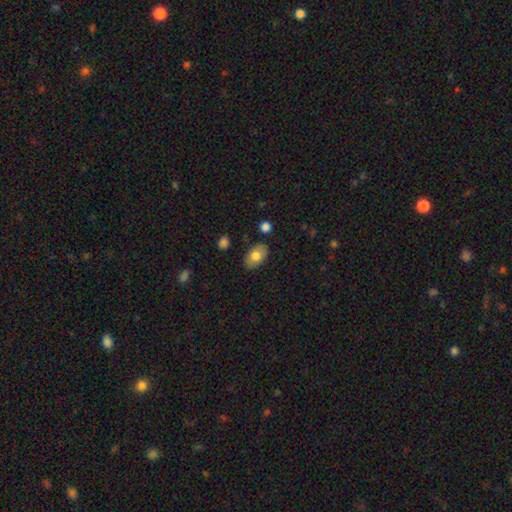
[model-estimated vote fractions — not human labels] Morphology: type=smooth (76%); roundness=in between (91%); merging=none (84%).